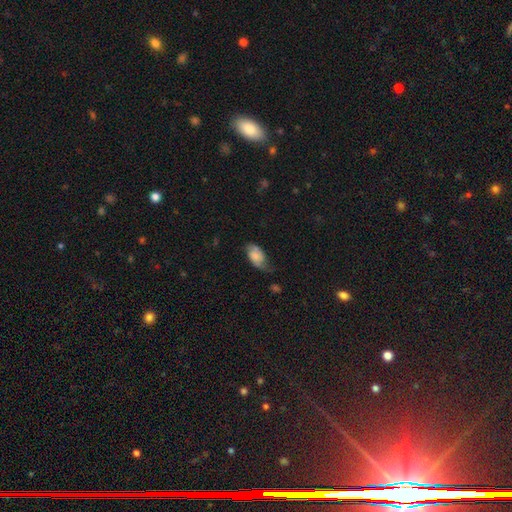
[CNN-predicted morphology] This is possibly a smooth galaxy (51%). How rounded: clearly in between (92%). Merging: possibly none (49%).